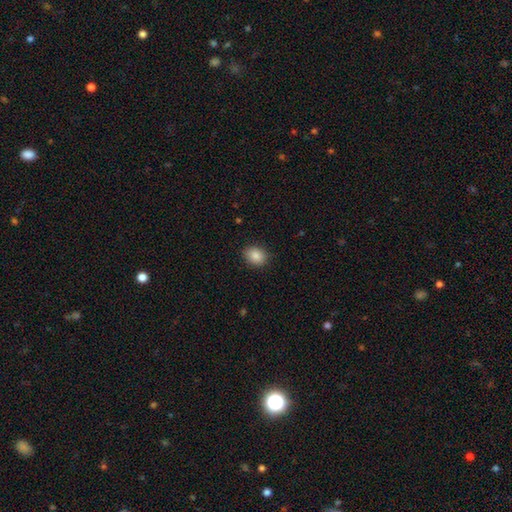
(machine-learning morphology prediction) Overall: smooth (87%). How rounded: in between (53%; round 46%). Merging: none (88%).